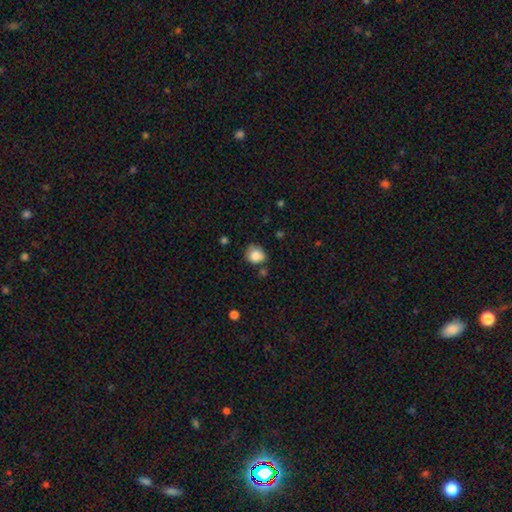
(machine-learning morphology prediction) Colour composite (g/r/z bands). It shows a smooth galaxy with no disk features (85%) that is round (72%). Merging: none (64%).